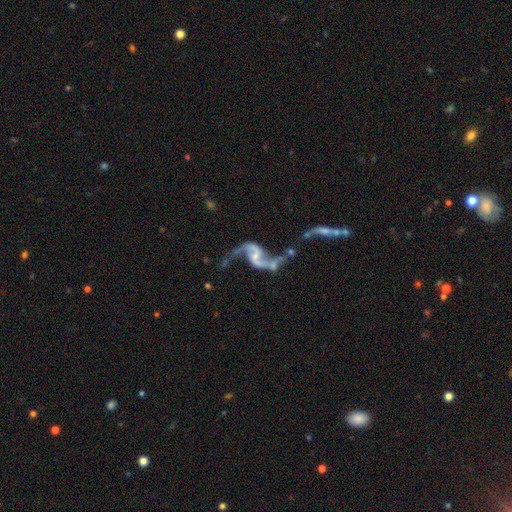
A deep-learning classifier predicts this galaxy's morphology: A featured or disk galaxy (90%) with a weak bar (44%), 2 (93%) loose (87%) spiral arms (95%) and a small central bulge (57%).

Vote fractions:
- Smooth or featured? featured or disk: 90% / star or artifact: 5% / smooth: 5%
- Edge-on disk? no: 97% / yes: 3%
- Bar? weak: 44% / no: 34% / strong: 22%
- Spiral arms? yes: 95% / no: 5%
- Spiral winding? loose: 87% / medium: 11% / tight: 3%
- Spiral arm count? 2: 93% / 1: 2% / can't tell: 2% / 3: 1% / 4: 1% / more than 4: 1%
- Bulge size? small: 57% / moderate: 25% / none: 15% / large: 2% / dominant: 1%
- Merging? none: 45% / merger: 21% / major disturbance: 19% / minor disturbance: 16%